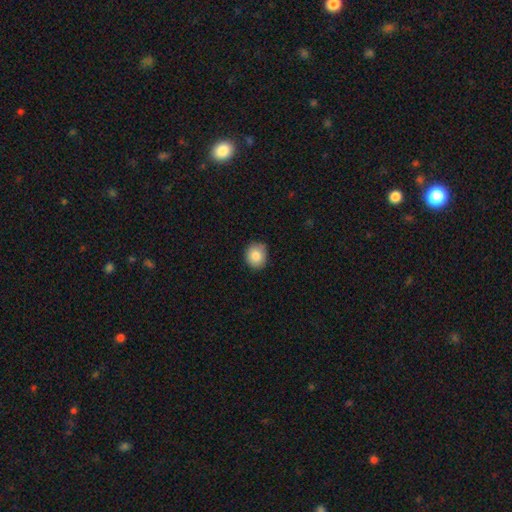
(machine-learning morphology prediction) A smooth galaxy with no disk features (85%) that is round (77%).

Vote fractions:
- Smooth or featured? smooth: 85% / star or artifact: 8% / featured or disk: 7%
- How rounded? round: 77% / in between: 23% / cigar-shaped: 1%
- Merging? none: 80% / minor disturbance: 16% / major disturbance: 2% / merger: 1%